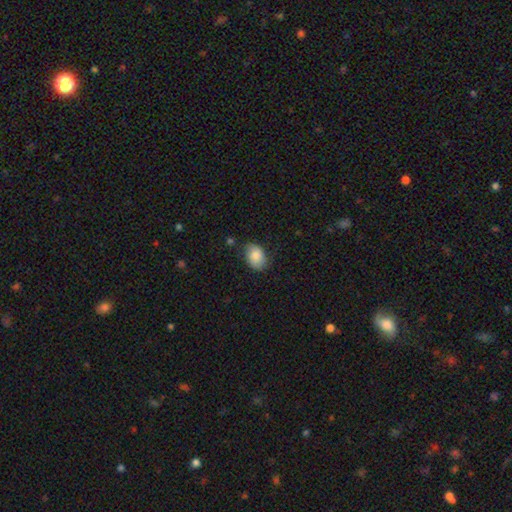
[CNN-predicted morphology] type=smooth (85%); roundness=in between (78%); merging=none (73%).